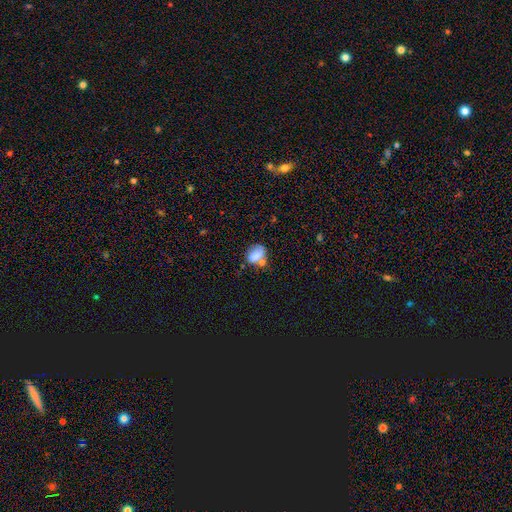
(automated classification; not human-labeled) smooth-or-featured: smooth: 72% | featured or disk: 18% | star or artifact: 10%
  how-rounded: in between: 68% | round: 31% | cigar-shaped: 2%
  merging: merger: 34% | none: 32% | minor disturbance: 20% | major disturbance: 13%